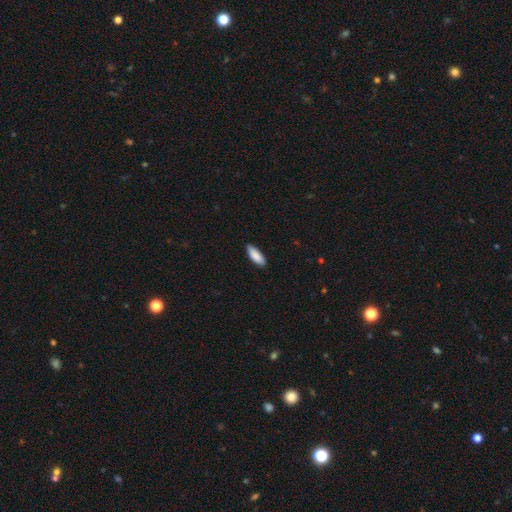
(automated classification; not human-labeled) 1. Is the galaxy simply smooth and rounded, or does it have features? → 89% smooth, 6% featured or disk, 5% star or artifact.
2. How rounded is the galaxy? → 69% in between, 29% cigar-shaped, 2% round.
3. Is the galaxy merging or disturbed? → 85% none, 12% minor disturbance, 2% major disturbance, 1% merger.